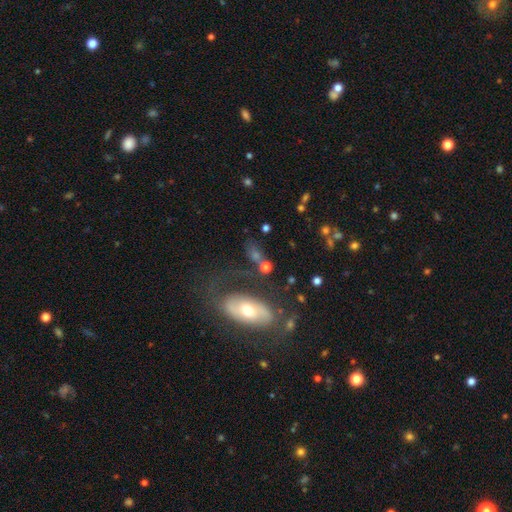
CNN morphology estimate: Smooth or featured?
  - featured or disk: 46% *
  - smooth: 41%
  - star or artifact: 13%
Merging?
  - none: 55% *
  - major disturbance: 19%
  - minor disturbance: 17%
  - merger: 9%